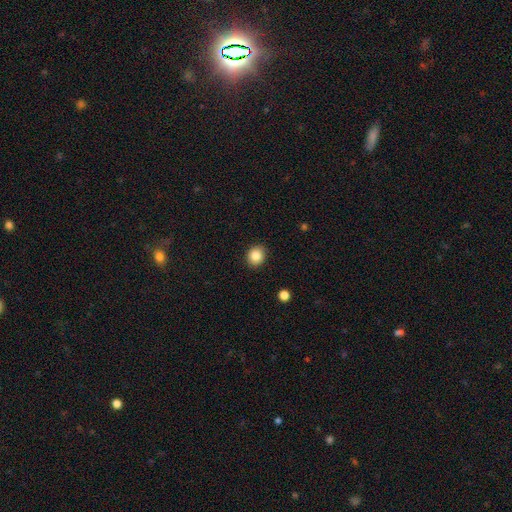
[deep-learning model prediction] smooth 85%, star or artifact 10%, featured or disk 5%. Down the decision tree: how rounded — round (78%); merging — none (88%).